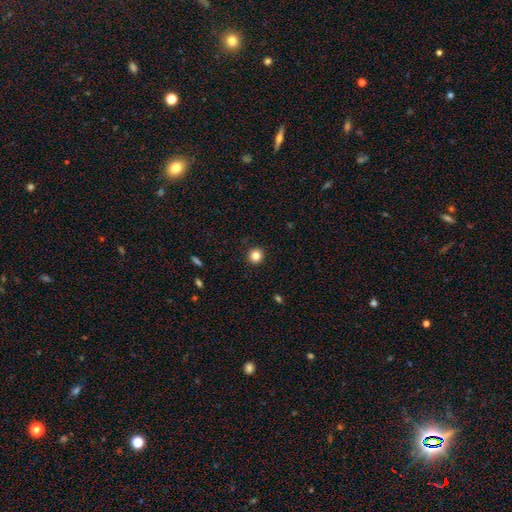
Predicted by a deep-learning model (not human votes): smooth_or_featured: smooth (p=0.84) [alt: star or artifact p=0.11]
how_rounded: round (p=0.92) [alt: in between p=0.07]
merging: none (p=0.92) [alt: minor disturbance p=0.05]